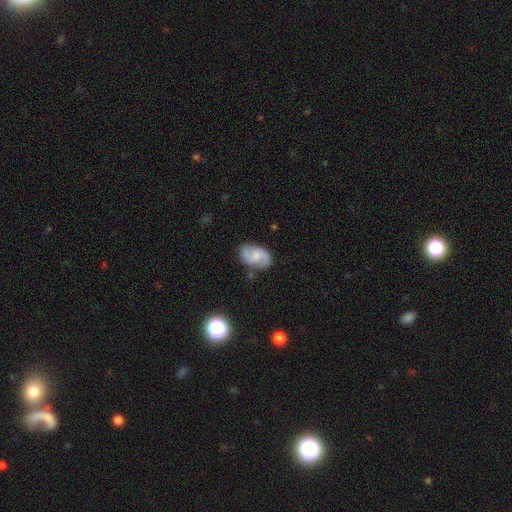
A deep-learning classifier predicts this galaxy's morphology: Smooth or featured? featured or disk (70%)
Edge-on disk? no (97%)
Bar? no (54%)
Spiral arms? yes (94%)
Spiral winding? medium (51%)
Spiral arm count? 2 (89%)
Bulge size? small (39%)
Merging? none (74%)